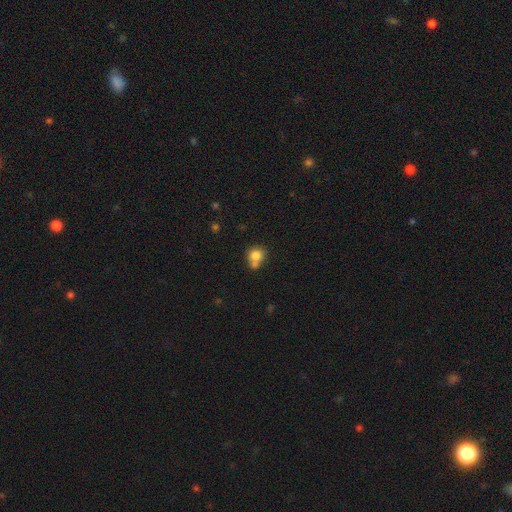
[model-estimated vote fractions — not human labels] The model was most divided on "merging": none: 46%, merger: 37%, minor disturbance: 12%, major disturbance: 4%. More confident: smooth or featured — smooth (80%); how rounded — round (79%).